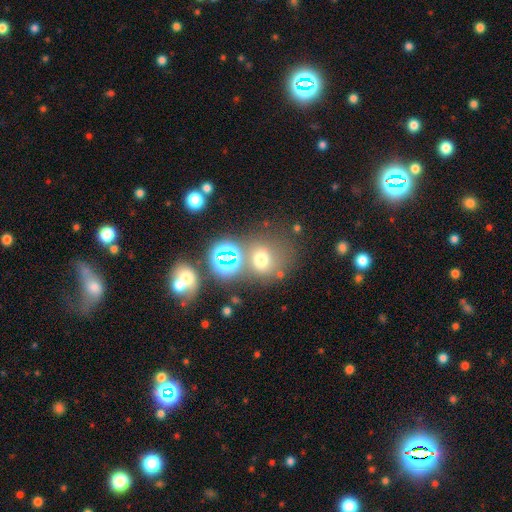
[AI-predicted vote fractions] A smooth galaxy with no disk features (47%).

Vote fractions:
- Smooth or featured? smooth: 47% / star or artifact: 39% / featured or disk: 15%
- Merging? none: 60% / merger: 24% / minor disturbance: 10% / major disturbance: 6%